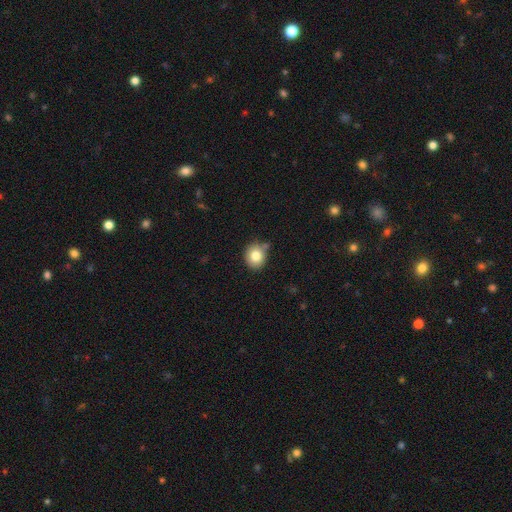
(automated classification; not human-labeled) Overall: smooth (81%). How rounded: round (76%). Merging: none (71%).